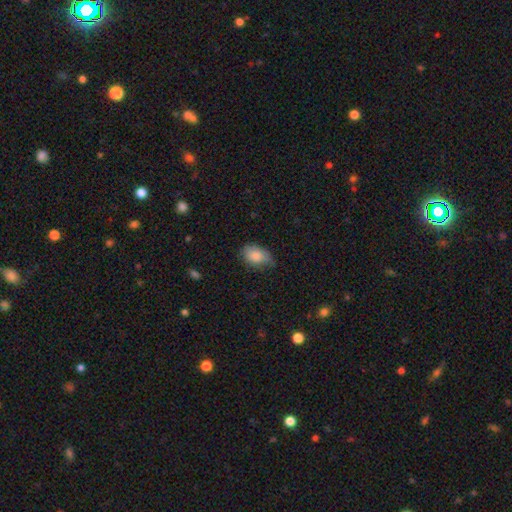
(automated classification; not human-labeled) smooth_or_featured: smooth (p=0.85) [alt: featured or disk p=0.07]
how_rounded: in between (p=0.87) [alt: round p=0.11]
merging: none (p=0.58) [alt: minor disturbance p=0.34]